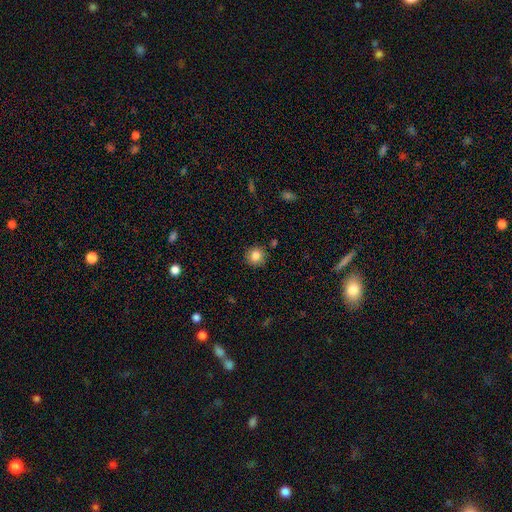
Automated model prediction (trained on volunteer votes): Smooth or featured? Predicted: smooth (p=0.83). How rounded? Predicted: round (p=0.91). Merging? Predicted: none (p=0.88).